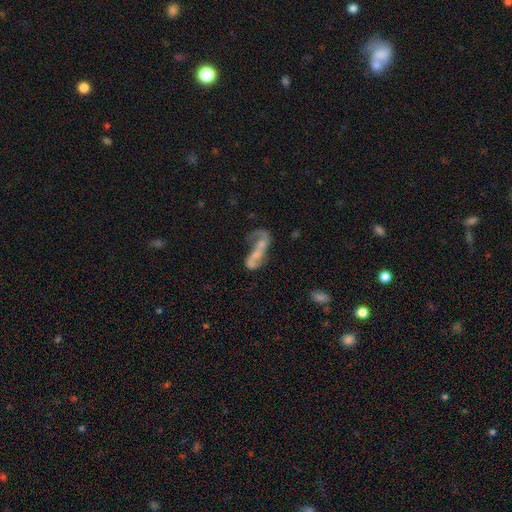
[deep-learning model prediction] Smooth or featured?
  - featured or disk: 72% *
  - smooth: 17%
  - star or artifact: 11%
Edge-on disk?
  - no: 91% *
  - yes: 9%
Bar?
  - no: 50% *
  - weak: 30%
  - strong: 20%
Spiral arms?
  - yes: 70% *
  - no: 30%
Bulge size?
  - small: 50% *
  - none: 23%
  - moderate: 23%
  - large: 3%
  - dominant: 2%
Merging?
  - none: 32% *
  - major disturbance: 27%
  - merger: 25%
  - minor disturbance: 16%